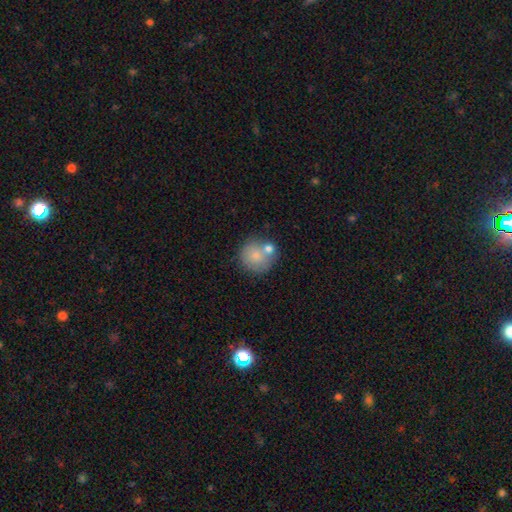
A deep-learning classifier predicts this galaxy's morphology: The model was most divided on "merging": none: 56%, merger: 28%, minor disturbance: 12%, major disturbance: 4%. More confident: how rounded — round (91%); smooth or featured — smooth (76%).